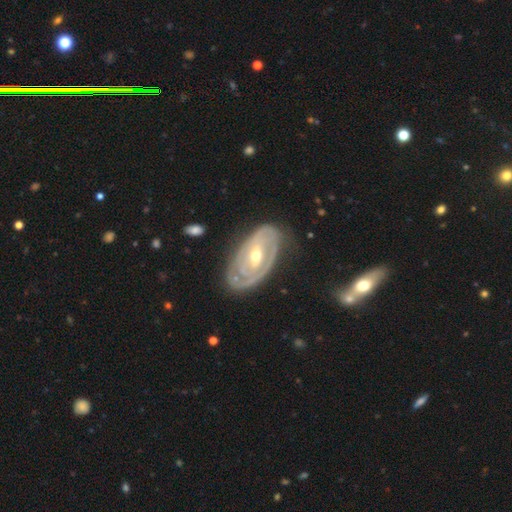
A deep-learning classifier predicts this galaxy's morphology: featured or disk 85%, smooth 11%, star or artifact 5%. Down the decision tree: edge-on disk — no (94%); bar — no (40%); spiral arms — yes (85%); spiral arm count — 2 (38%); spiral winding — tight (75%); bulge size — moderate (57%); merging — none (70%).